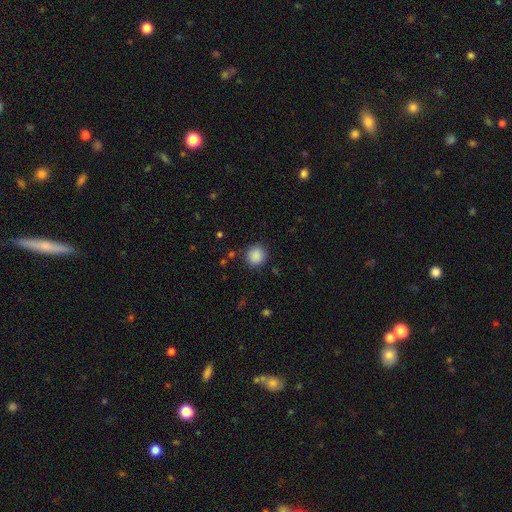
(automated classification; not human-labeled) This is clearly a smooth galaxy (88%). How rounded: clearly round (90%). Merging: clearly none (87%).